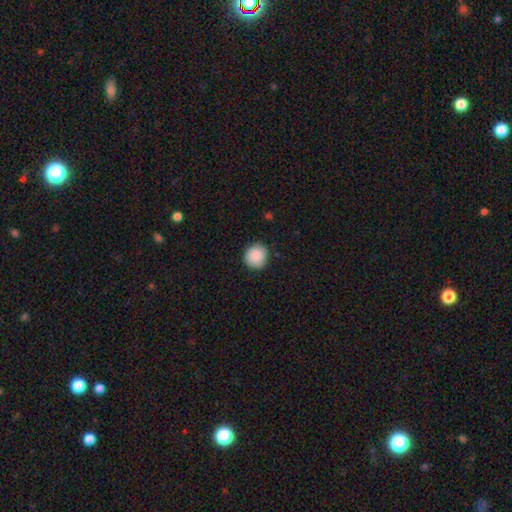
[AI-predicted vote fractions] Smooth or featured?
  - smooth: 89% *
  - star or artifact: 7%
  - featured or disk: 3%
How rounded?
  - round: 90% *
  - in between: 9%
  - cigar-shaped: 1%
Merging?
  - none: 87% *
  - minor disturbance: 10%
  - major disturbance: 2%
  - merger: 1%